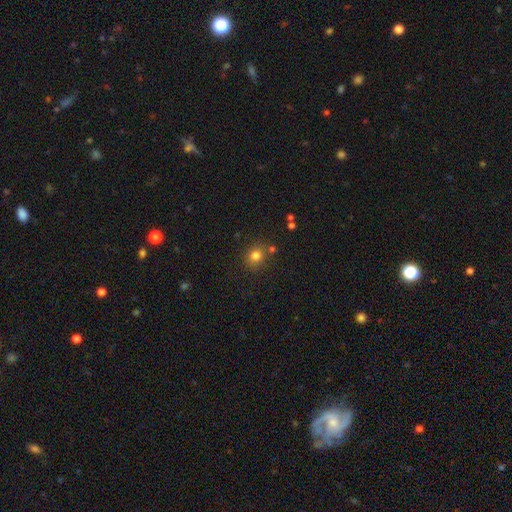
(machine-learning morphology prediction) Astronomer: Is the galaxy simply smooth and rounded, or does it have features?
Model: smooth — 79%.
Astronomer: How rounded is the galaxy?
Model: round — 76%.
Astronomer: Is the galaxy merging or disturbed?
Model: none — 77%.